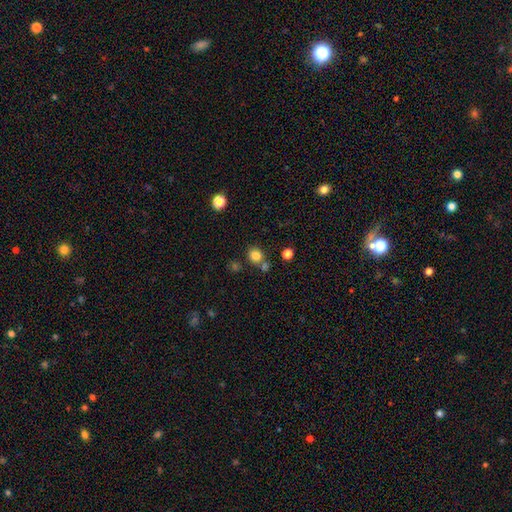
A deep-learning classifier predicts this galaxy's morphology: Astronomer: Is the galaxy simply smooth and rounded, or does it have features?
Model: smooth — 82%.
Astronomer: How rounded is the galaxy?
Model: round — 81%.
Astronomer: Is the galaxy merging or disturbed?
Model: none — 71%.